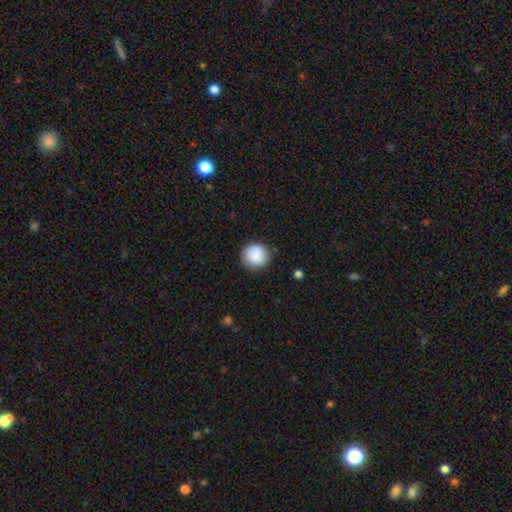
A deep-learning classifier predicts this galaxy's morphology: Smooth or featured?
  - smooth: 86% *
  - star or artifact: 7%
  - featured or disk: 7%
How rounded?
  - round: 93% *
  - in between: 6%
  - cigar-shaped: 1%
Merging?
  - none: 86% *
  - minor disturbance: 10%
  - major disturbance: 3%
  - merger: 1%